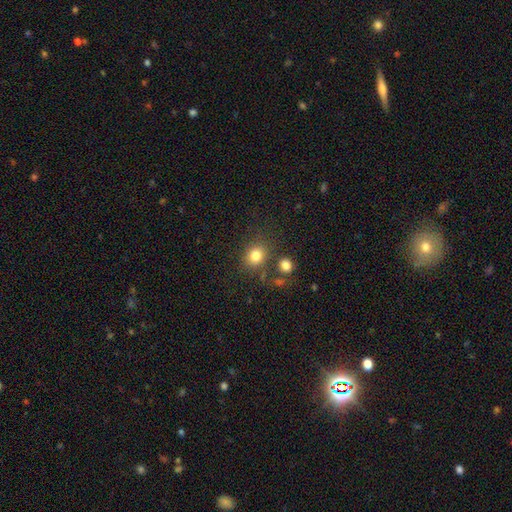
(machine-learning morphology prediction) The model was most divided on "how rounded": round: 74%, in between: 25%, cigar-shaped: 1%. More confident: smooth or featured — smooth (81%); merging — none (75%).